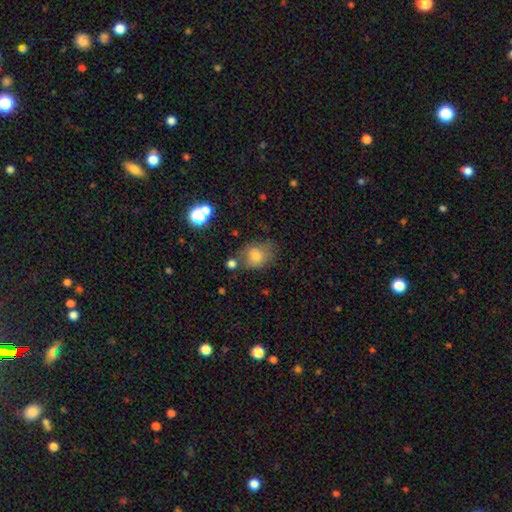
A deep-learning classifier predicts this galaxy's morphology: Q: Smooth or featured?
A: smooth (76%); runner-up: star or artifact (12%)
Q: How rounded?
A: round (54%); runner-up: in between (45%)
Q: Merging?
A: none (60%); runner-up: minor disturbance (23%)